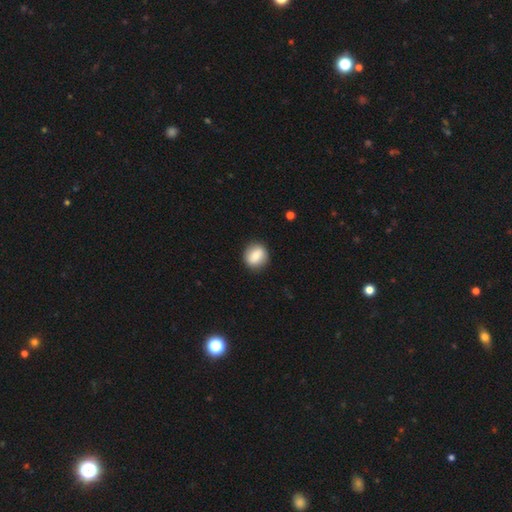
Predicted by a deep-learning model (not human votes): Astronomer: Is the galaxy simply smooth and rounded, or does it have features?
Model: smooth — 78%.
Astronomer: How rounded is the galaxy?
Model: round — 79%.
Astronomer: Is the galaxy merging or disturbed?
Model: none — 88%.